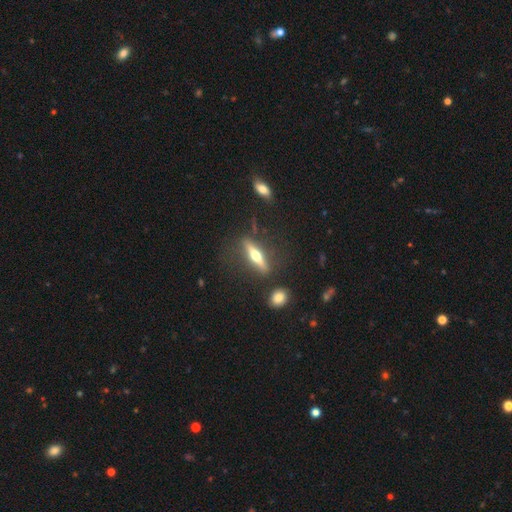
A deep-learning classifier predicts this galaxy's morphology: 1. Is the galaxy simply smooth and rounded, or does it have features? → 64% featured or disk, 29% smooth, 6% star or artifact.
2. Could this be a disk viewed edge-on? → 93% yes, 7% no.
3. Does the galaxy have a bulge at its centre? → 95% rounded, 3% none, 2% boxy.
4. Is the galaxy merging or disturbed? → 81% none, 11% minor disturbance, 4% major disturbance, 4% merger.